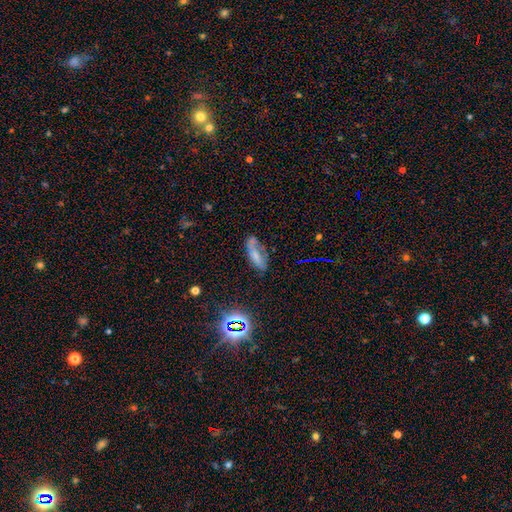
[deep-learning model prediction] Smooth or featured? smooth (56%)
How rounded? in between (71%)
Merging? none (48%)